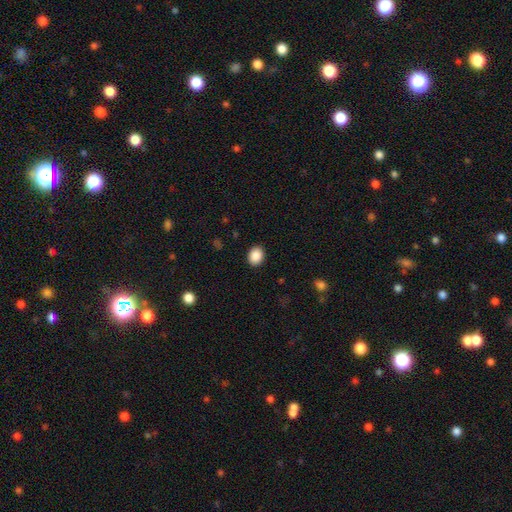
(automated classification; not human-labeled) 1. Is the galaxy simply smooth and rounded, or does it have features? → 89% smooth, 8% star or artifact, 3% featured or disk.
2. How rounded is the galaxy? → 53% in between, 46% round, 1% cigar-shaped.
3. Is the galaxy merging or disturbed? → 90% none, 7% minor disturbance, 2% major disturbance, 1% merger.